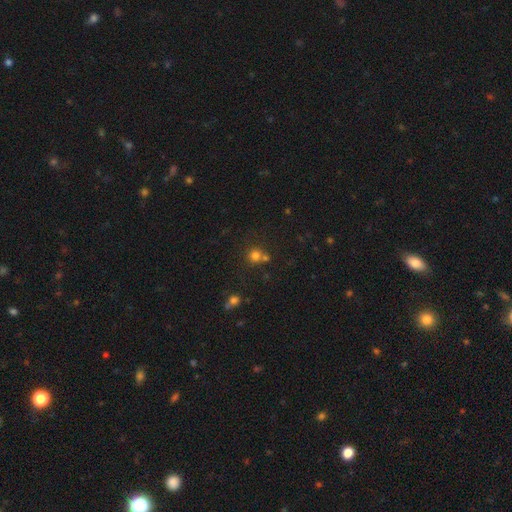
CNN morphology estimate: This appears to be a smooth galaxy with no disk features (74%) that is round (90%). Merging: none (60%).